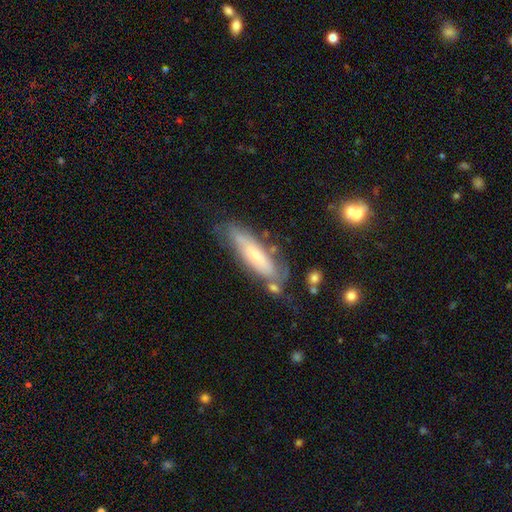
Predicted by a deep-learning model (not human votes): Q: Smooth or featured?
A: featured or disk (48%); runner-up: smooth (46%)
Q: Merging?
A: none (58%); runner-up: minor disturbance (24%)